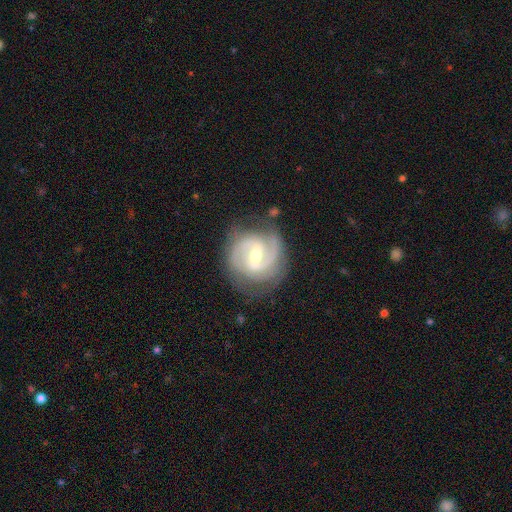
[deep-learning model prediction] A featured or disk galaxy (90%) with a weak bar (53%), 2 (73%) medium (49%) spiral arms (98%) and a moderate central bulge (55%). Merging: none (77%).